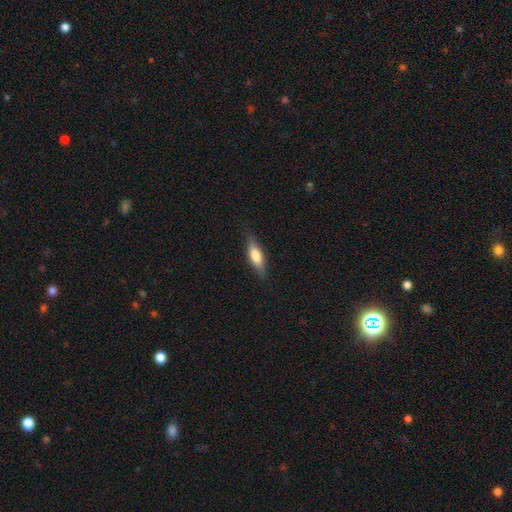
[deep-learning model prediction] A smooth galaxy with no disk features (66%) that is cigar-shaped (55%).

Vote fractions:
- Smooth or featured? smooth: 66% / featured or disk: 28% / star or artifact: 6%
- How rounded? cigar-shaped: 55% / in between: 43% / round: 2%
- Merging? none: 84% / minor disturbance: 12% / major disturbance: 3% / merger: 1%